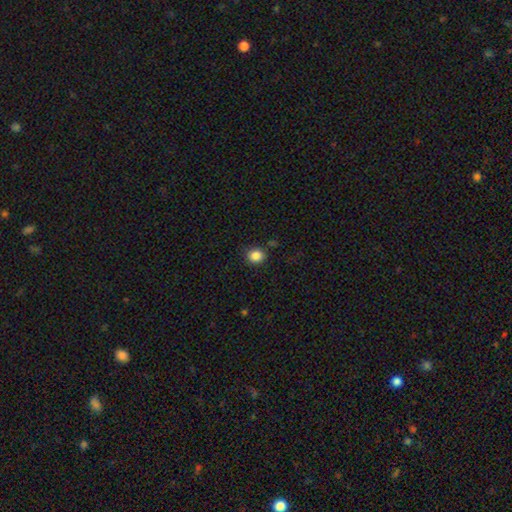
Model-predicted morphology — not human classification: Q: Smooth or featured?
A: smooth (86%); runner-up: star or artifact (11%)
Q: How rounded?
A: round (80%); runner-up: in between (19%)
Q: Merging?
A: none (84%); runner-up: minor disturbance (10%)